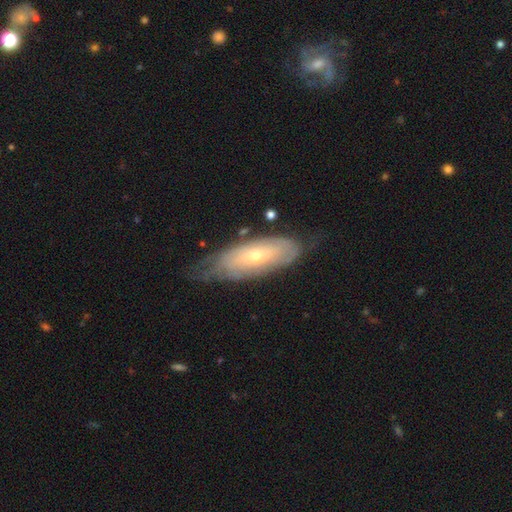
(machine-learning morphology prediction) smooth_or_featured: featured or disk (p=0.58) [alt: smooth p=0.36]
disk_edge_on: no (p=0.80) [alt: yes p=0.20]
merging: none (p=0.59) [alt: minor disturbance p=0.29]